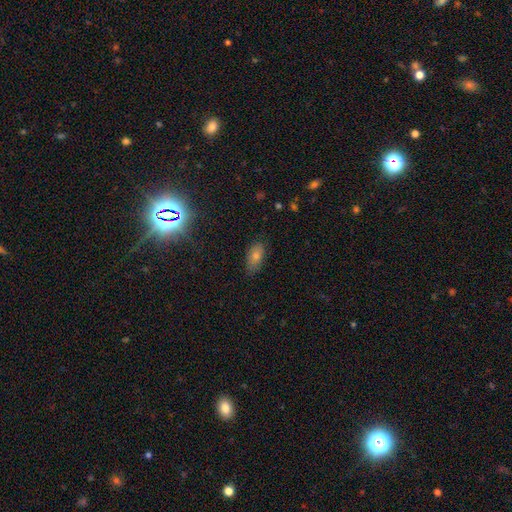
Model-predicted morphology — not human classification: Overall: smooth (61%; star or artifact 25%). How rounded: in between (88%). Merging: none (80%).